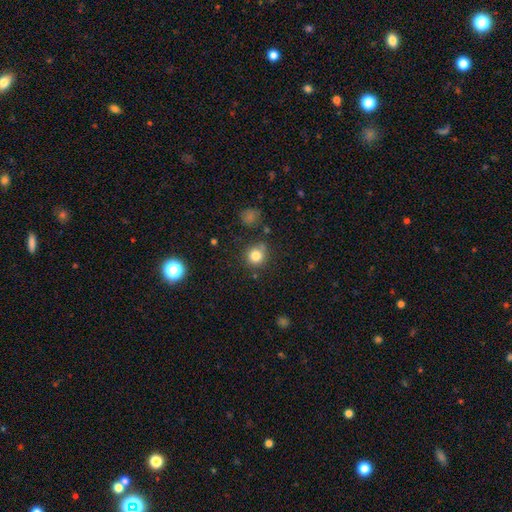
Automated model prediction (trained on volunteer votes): Overall: smooth (81%). How rounded: round (90%). Merging: none (80%).